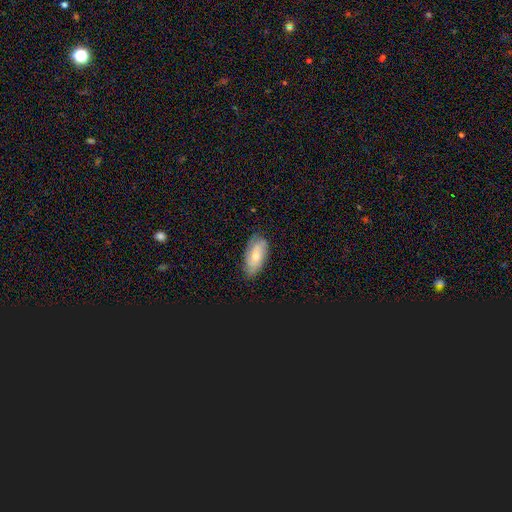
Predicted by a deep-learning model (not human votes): Q: Smooth or featured?
A: smooth (50%); runner-up: featured or disk (42%)
Q: How rounded?
A: in between (90%); runner-up: cigar-shaped (7%)
Q: Merging?
A: none (75%); runner-up: minor disturbance (19%)